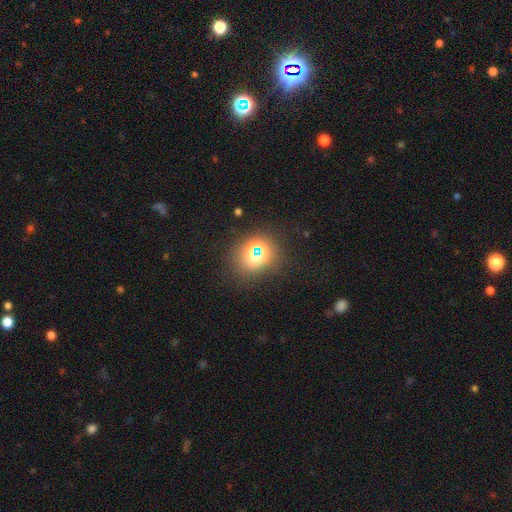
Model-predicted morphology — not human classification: star or artifact 45%, smooth 43%, featured or disk 12%.